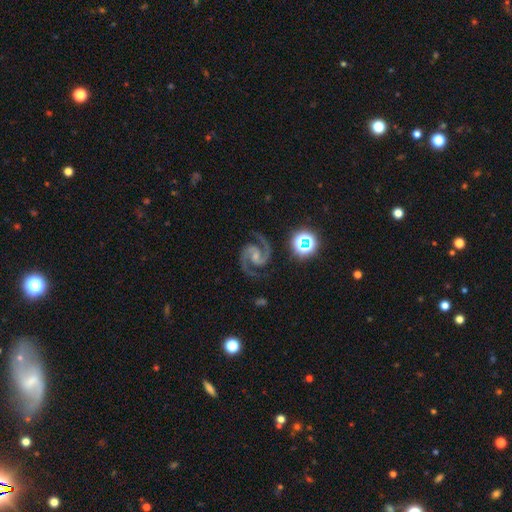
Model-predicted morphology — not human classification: Q: Smooth or featured?
A: featured or disk (92%); runner-up: star or artifact (5%)
Q: Edge-on disk?
A: no (98%); runner-up: yes (2%)
Q: Bar?
A: weak (42%); tied with: no (42%)
Q: Spiral arms?
A: yes (99%); runner-up: no (1%)
Q: Spiral winding?
A: medium (68%); runner-up: tight (23%)
Q: Spiral arm count?
A: 2 (94%); runner-up: 3 (2%)
Q: Bulge size?
A: small (52%); runner-up: moderate (27%)
Q: Merging?
A: none (81%); runner-up: minor disturbance (13%)